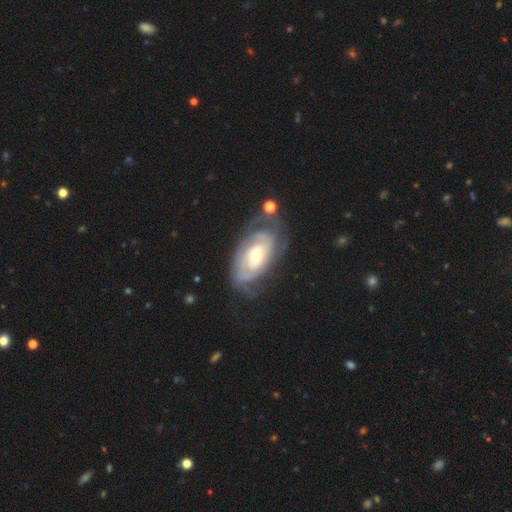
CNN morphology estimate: Q: Smooth or featured?
A: featured or disk (81%); runner-up: smooth (14%)
Q: Edge-on disk?
A: no (95%); runner-up: yes (5%)
Q: Bar?
A: no (62%); runner-up: weak (29%)
Q: Spiral arms?
A: yes (89%); runner-up: no (11%)
Q: Spiral winding?
A: tight (69%); runner-up: medium (23%)
Q: Spiral arm count?
A: can't tell (46%); runner-up: 2 (29%)
Q: Bulge size?
A: moderate (53%); runner-up: small (35%)
Q: Merging?
A: none (58%); runner-up: minor disturbance (22%)